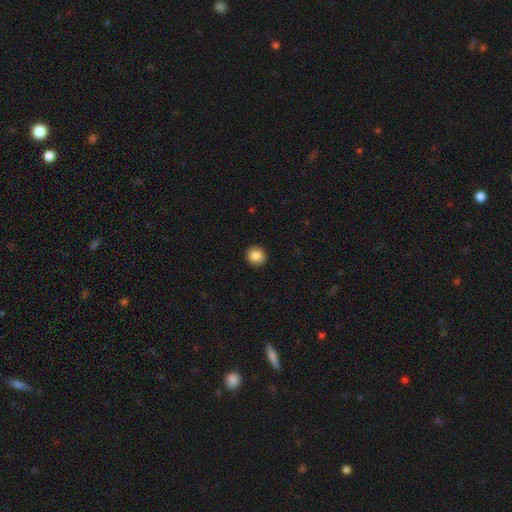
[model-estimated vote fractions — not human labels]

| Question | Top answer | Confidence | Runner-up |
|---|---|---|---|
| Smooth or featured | smooth | 85% | star or artifact (9%) |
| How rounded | round | 90% | in between (9%) |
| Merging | none | 92% | minor disturbance (6%) |